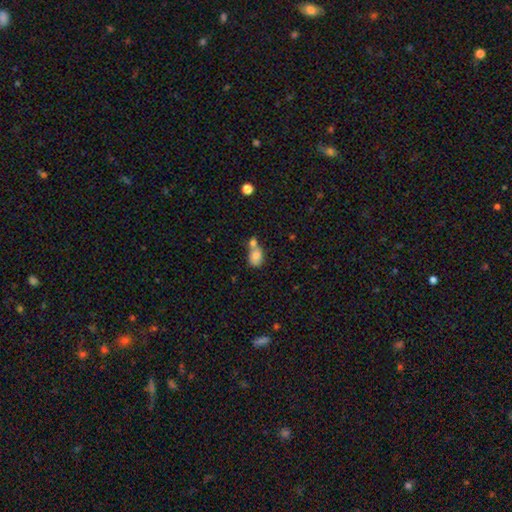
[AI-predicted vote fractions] smooth 79%, featured or disk 11%, star or artifact 9%. Down the decision tree: how rounded — in between (73%); merging — merger (53%).